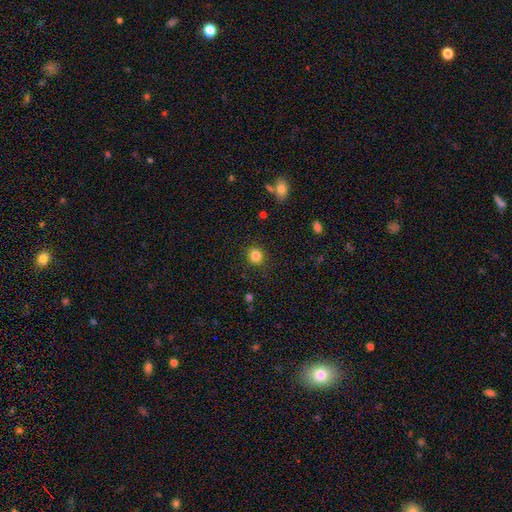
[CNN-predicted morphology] This appears to be a smooth galaxy with no disk features (84%) that is round (86%). Merging: none (88%).